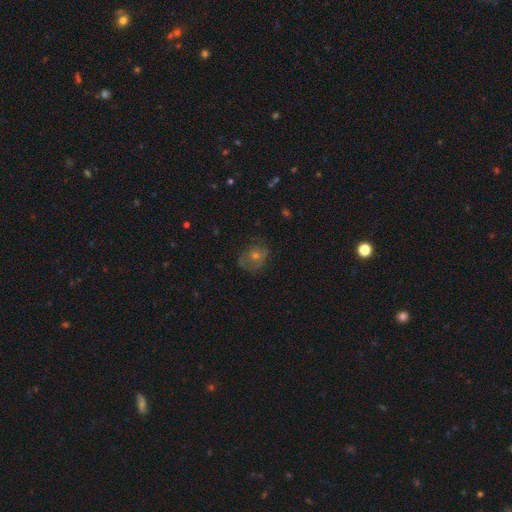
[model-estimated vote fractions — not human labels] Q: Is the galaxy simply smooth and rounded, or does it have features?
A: featured or disk — 41%, tied with smooth.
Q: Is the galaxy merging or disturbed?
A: none — 63%.